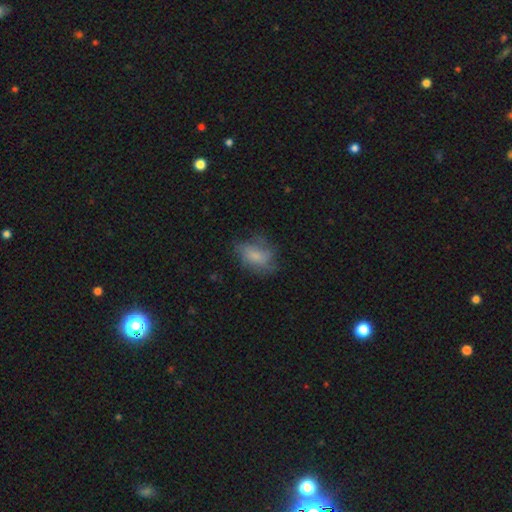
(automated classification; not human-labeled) smooth-or-featured: smooth: 57% | featured or disk: 33% | star or artifact: 10%
  how-rounded: in between: 80% | round: 17% | cigar-shaped: 3%
  merging: none: 53% | minor disturbance: 27% | major disturbance: 19% | merger: 2%